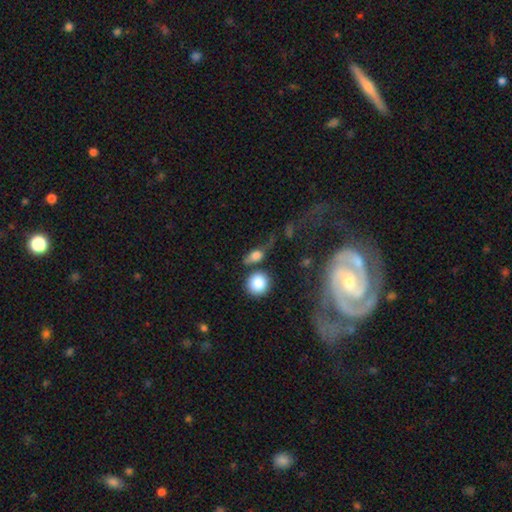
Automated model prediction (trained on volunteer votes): Smooth or featured: smooth — 69% (featured or disk — 19%)
How rounded: round — 48% (in between — 44%)
Merging: none — 40% (merger — 21%)